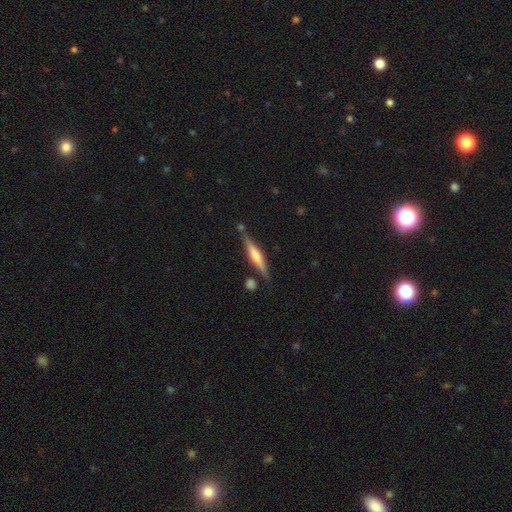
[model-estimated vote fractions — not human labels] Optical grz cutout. It shows a featured or disk galaxy (60%) viewed edge-on (96%) with a rounded central bulge (54%). Merging: none (80%).